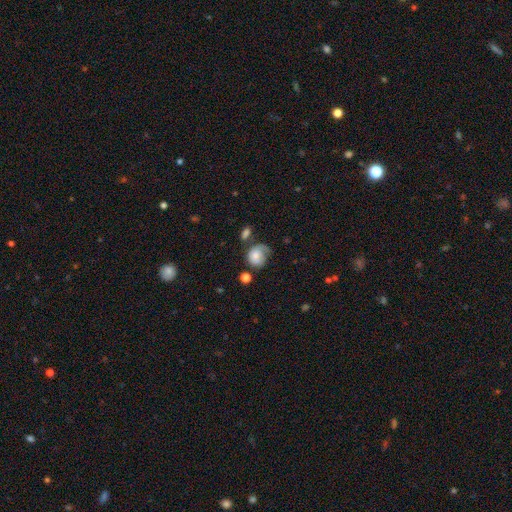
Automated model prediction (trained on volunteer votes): This appears to be a smooth galaxy with no disk features (65%) that is round (62%). Merging: none (35%).